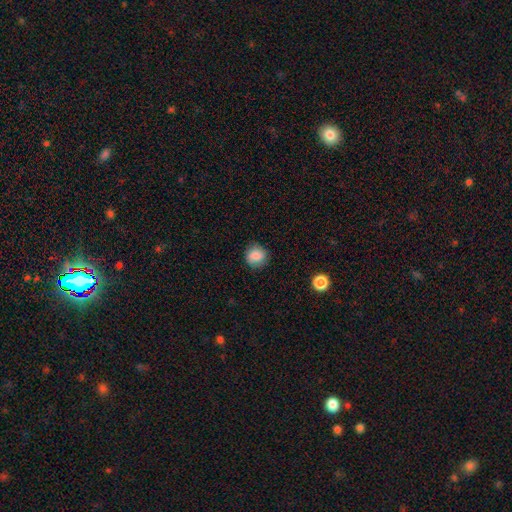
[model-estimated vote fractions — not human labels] smooth 83%, star or artifact 9%, featured or disk 8%. Down the decision tree: how rounded — round (83%); merging — none (82%).